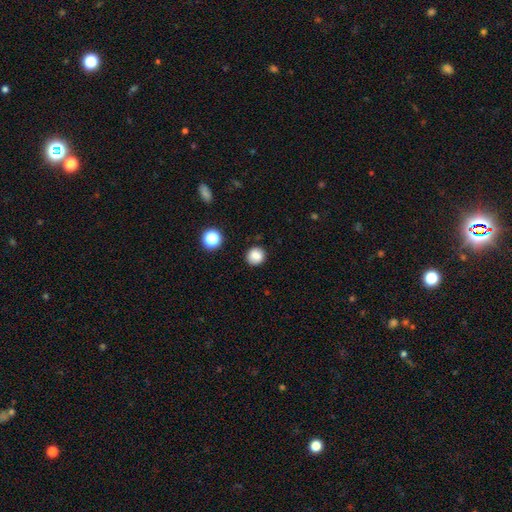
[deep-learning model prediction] A smooth galaxy with no disk features (84%) that is round (88%).

Vote fractions:
- Smooth or featured? smooth: 84% / star or artifact: 11% / featured or disk: 5%
- How rounded? round: 88% / in between: 11% / cigar-shaped: 1%
- Merging? none: 87% / minor disturbance: 9% / major disturbance: 2% / merger: 2%